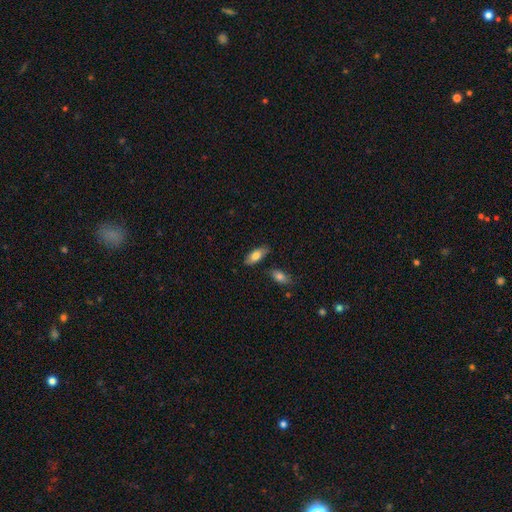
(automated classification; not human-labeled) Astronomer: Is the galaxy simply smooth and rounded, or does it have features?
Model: smooth — 77%.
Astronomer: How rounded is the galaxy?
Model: in between — 85%.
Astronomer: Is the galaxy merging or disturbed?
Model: none — 81%.